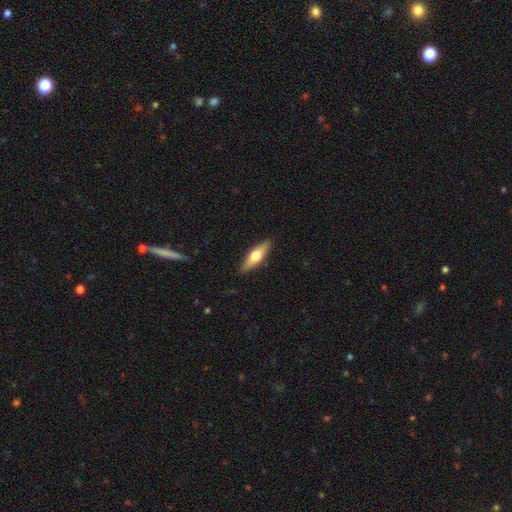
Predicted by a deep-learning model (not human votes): Overall: smooth (57%; featured or disk 37%). How rounded: cigar-shaped (50%; in between 47%). Merging: none (89%).